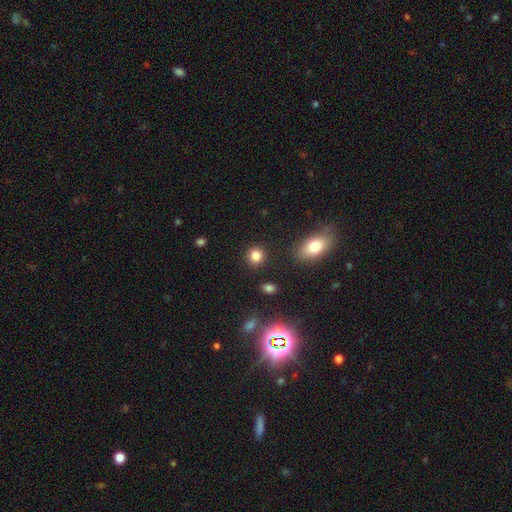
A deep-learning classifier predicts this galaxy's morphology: A smooth galaxy with no disk features (84%) that is round (86%).

Vote fractions:
- Smooth or featured? smooth: 84% / star or artifact: 12% / featured or disk: 5%
- How rounded? round: 86% / in between: 13% / cigar-shaped: 1%
- Merging? none: 89% / minor disturbance: 6% / merger: 3% / major disturbance: 2%